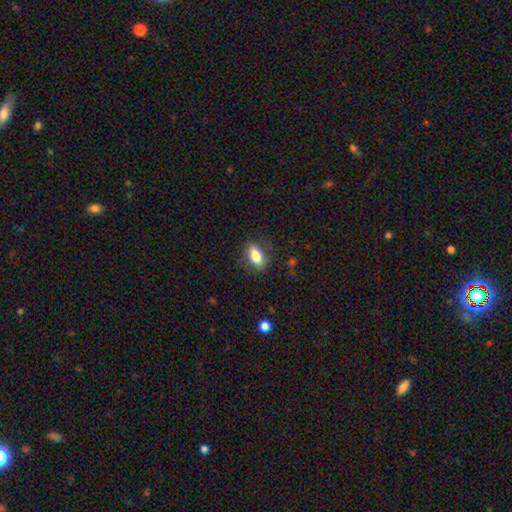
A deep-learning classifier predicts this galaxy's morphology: smooth 79%, featured or disk 14%, star or artifact 8%. Down the decision tree: how rounded — in between (82%); merging — none (82%).